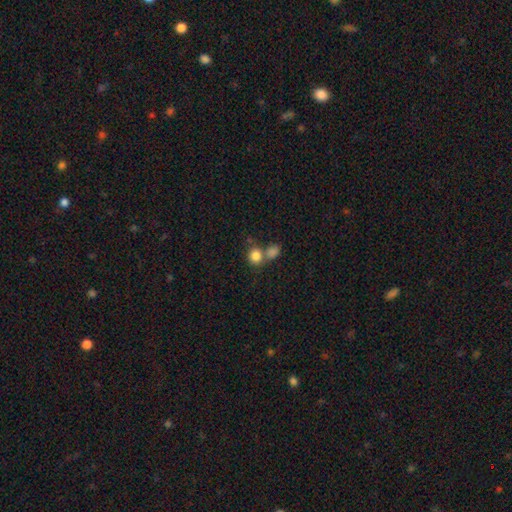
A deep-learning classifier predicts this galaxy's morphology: Smooth or featured? smooth (83%)
How rounded? round (77%)
Merging? none (47%)